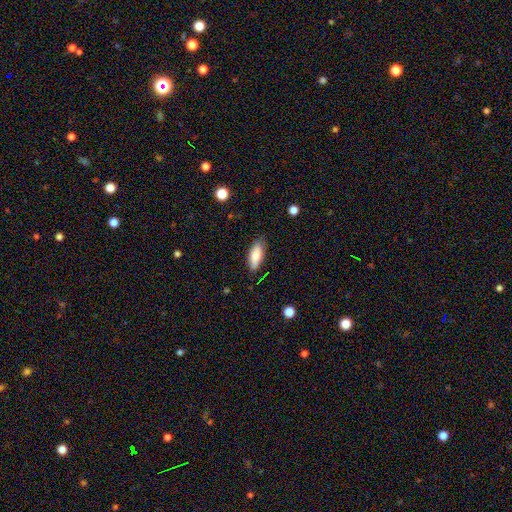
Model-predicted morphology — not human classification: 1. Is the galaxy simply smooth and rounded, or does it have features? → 82% smooth, 11% featured or disk, 6% star or artifact.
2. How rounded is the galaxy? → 73% in between, 25% cigar-shaped, 2% round.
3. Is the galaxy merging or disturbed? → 80% none, 16% minor disturbance, 3% major disturbance, 1% merger.